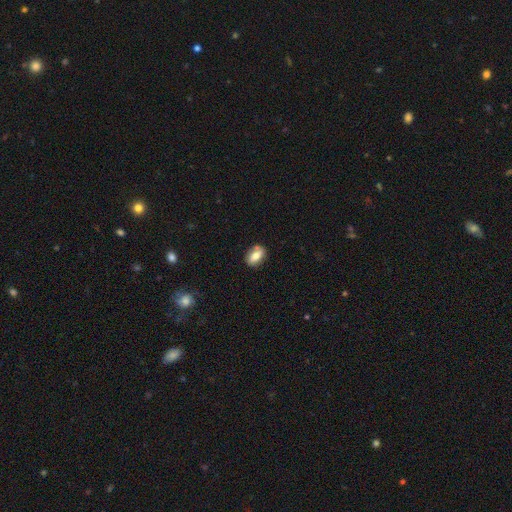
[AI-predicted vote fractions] Q: Smooth or featured?
A: smooth (72%); runner-up: featured or disk (20%)
Q: How rounded?
A: in between (86%); runner-up: round (10%)
Q: Merging?
A: none (73%); runner-up: minor disturbance (17%)